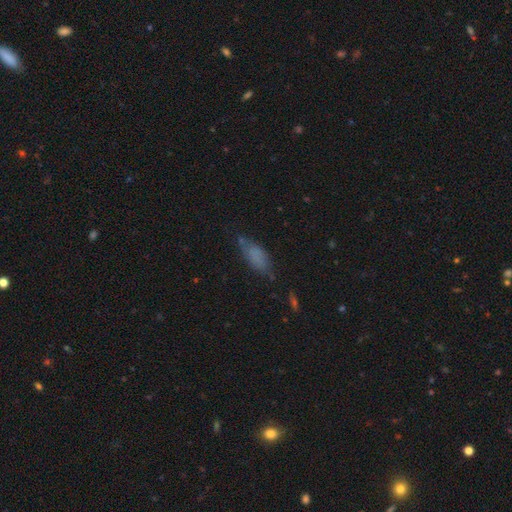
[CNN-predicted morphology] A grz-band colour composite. It shows a smooth galaxy with no disk features (73%) that is in between round and cigar-shaped (70%). Merging: none (57%).